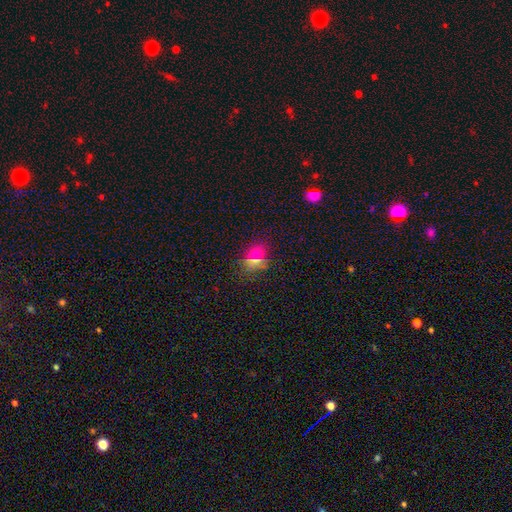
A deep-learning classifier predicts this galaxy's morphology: This appears to be a smooth galaxy with no disk features (65%) that is round (49%). Merging: none (80%).